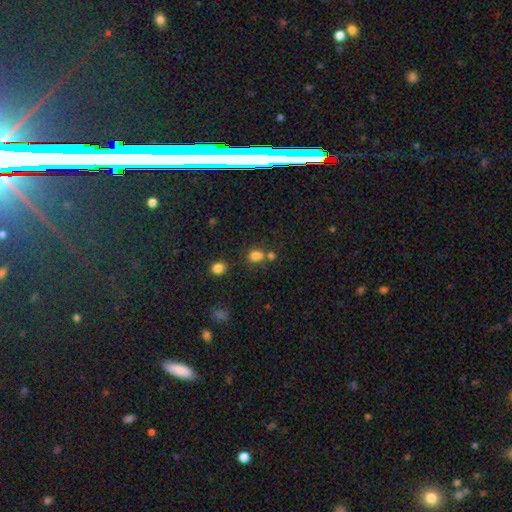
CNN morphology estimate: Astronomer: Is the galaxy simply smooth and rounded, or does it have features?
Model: smooth — 76%.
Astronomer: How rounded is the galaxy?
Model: round — 54% (runner-up: in between, 45%).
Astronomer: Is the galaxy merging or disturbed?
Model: none — 46% (runner-up: merger, 38%).